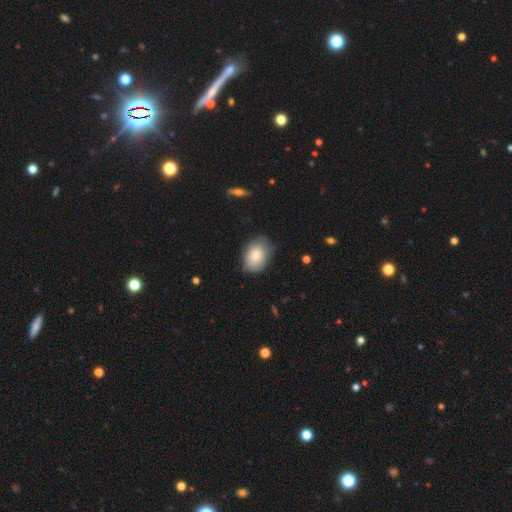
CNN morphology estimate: Smooth or featured? Predicted: smooth (p=0.78). How rounded? Predicted: in between (p=0.80). Merging? Predicted: none (p=0.71).